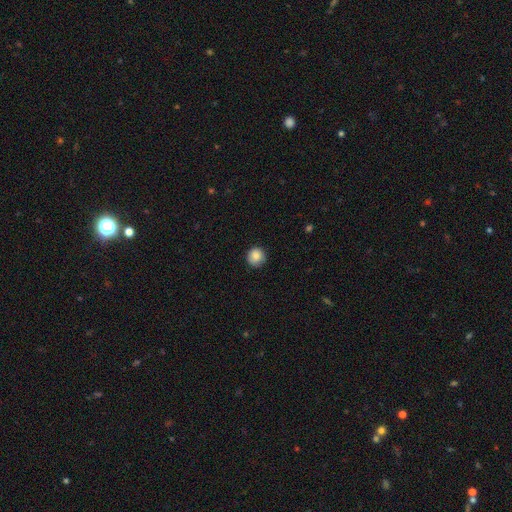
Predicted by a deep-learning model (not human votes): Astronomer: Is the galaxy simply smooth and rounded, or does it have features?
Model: smooth — 85%.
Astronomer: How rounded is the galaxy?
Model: round — 93%.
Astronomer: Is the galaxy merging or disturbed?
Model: none — 86%.